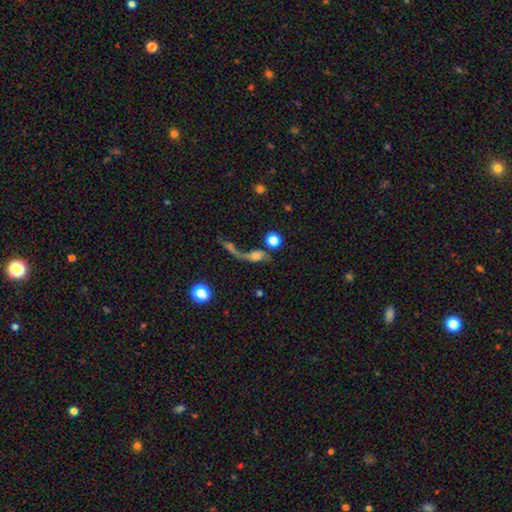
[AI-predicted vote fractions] This appears to be a smooth galaxy with no disk features (45%). Merging: merger (35%).